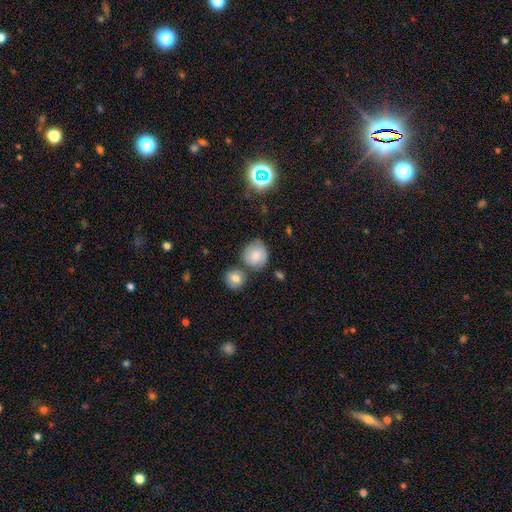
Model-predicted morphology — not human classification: smooth-or-featured: smooth: 78% | featured or disk: 13% | star or artifact: 9%
  how-rounded: round: 84% | in between: 15% | cigar-shaped: 1%
  merging: none: 61% | minor disturbance: 18% | merger: 16% | major disturbance: 5%